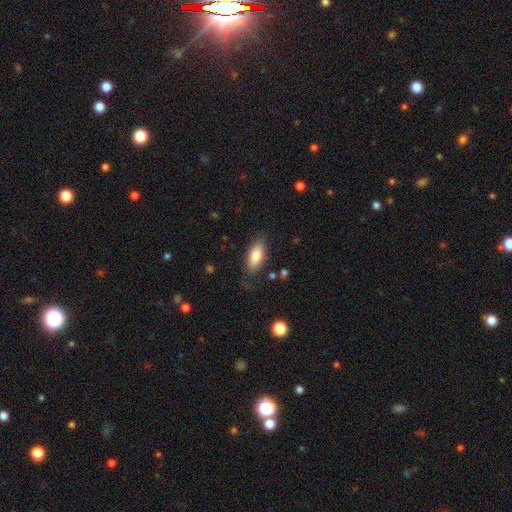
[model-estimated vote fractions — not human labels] A smooth galaxy with no disk features (82%) that is in between round and cigar-shaped (82%). Merging: none (78%).